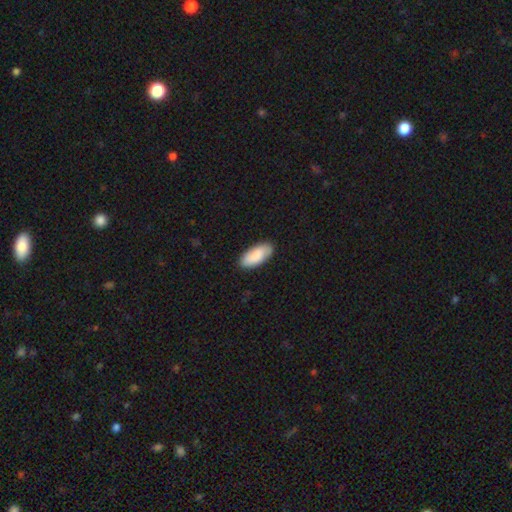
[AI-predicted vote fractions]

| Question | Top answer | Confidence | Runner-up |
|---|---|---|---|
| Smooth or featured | smooth | 87% | featured or disk (8%) |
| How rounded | in between | 90% | cigar-shaped (9%) |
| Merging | none | 86% | minor disturbance (11%) |